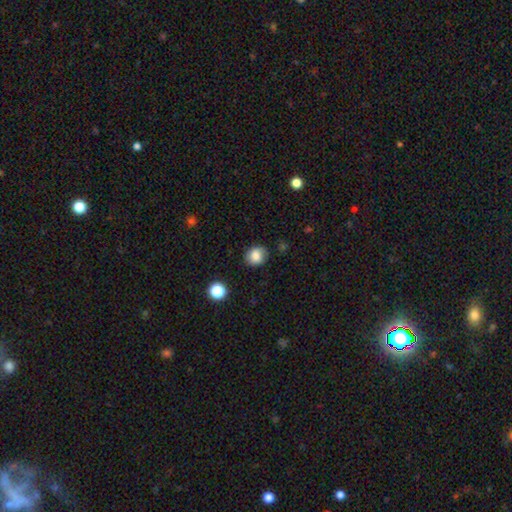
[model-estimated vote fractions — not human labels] A smooth galaxy with no disk features (83%) that is round (66%). Merging: none (82%).